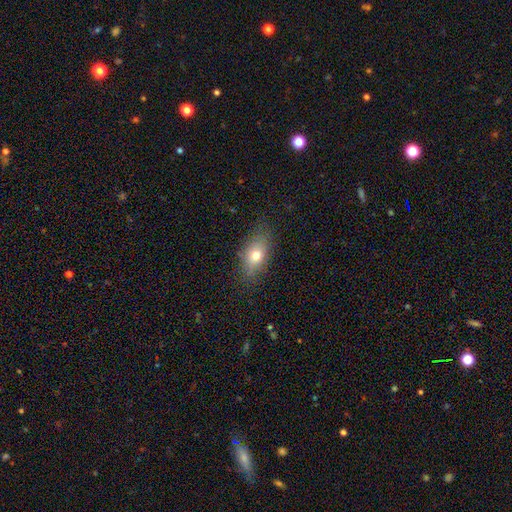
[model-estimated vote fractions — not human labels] Smooth or featured? smooth (73%)
How rounded? in between (81%)
Merging? none (76%)